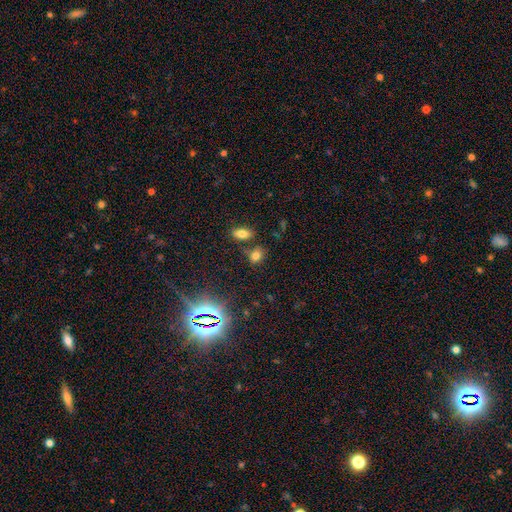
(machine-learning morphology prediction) Smooth or featured? smooth (73%)
How rounded? in between (72%)
Merging? none (67%)